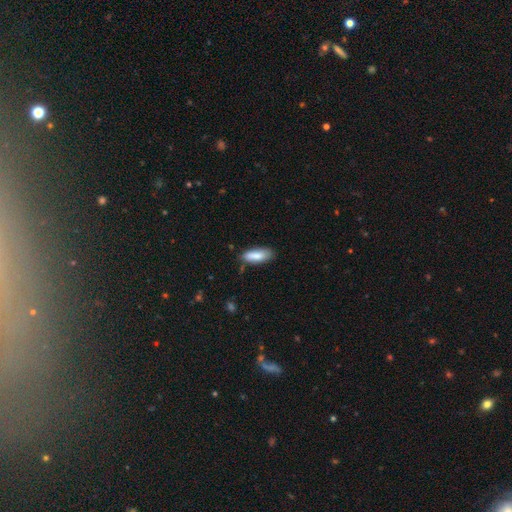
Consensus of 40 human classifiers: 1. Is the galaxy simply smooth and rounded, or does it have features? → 90% smooth, 8% featured or disk, 2% star or artifact.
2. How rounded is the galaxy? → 67% in between, 31% cigar-shaped, 3% round.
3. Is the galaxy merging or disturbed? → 82% none, 13% minor disturbance, 3% major disturbance, 3% merger.